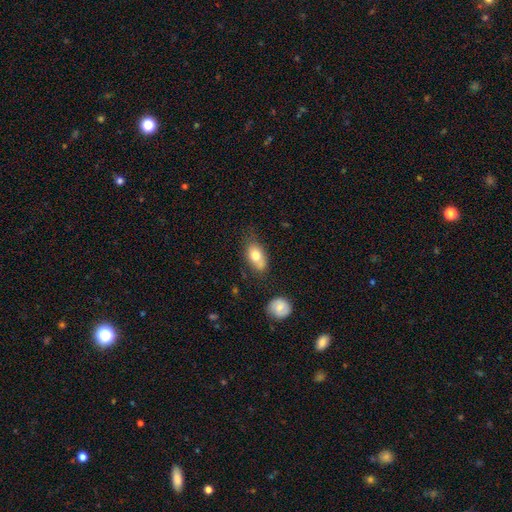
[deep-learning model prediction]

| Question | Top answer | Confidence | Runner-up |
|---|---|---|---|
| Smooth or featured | smooth | 75% | featured or disk (17%) |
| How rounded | in between | 84% | round (13%) |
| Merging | none | 55% | minor disturbance (26%) |